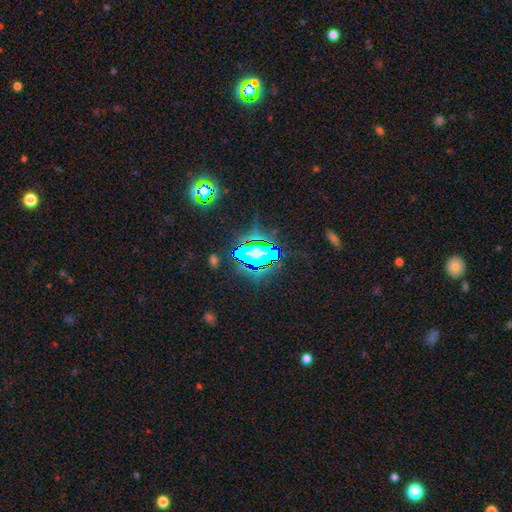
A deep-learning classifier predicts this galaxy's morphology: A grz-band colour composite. It shows a star or artifact, not a galaxy (82%).